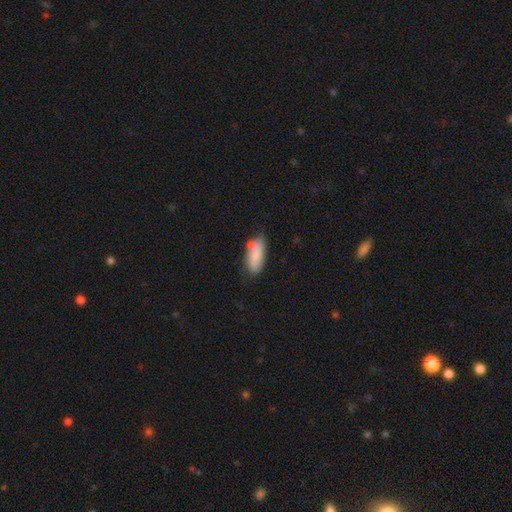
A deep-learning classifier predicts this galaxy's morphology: Smooth or featured?
  - smooth: 75% *
  - featured or disk: 18%
  - star or artifact: 7%
How rounded?
  - in between: 81% *
  - cigar-shaped: 16%
  - round: 3%
Merging?
  - none: 53% *
  - minor disturbance: 24%
  - merger: 16%
  - major disturbance: 7%